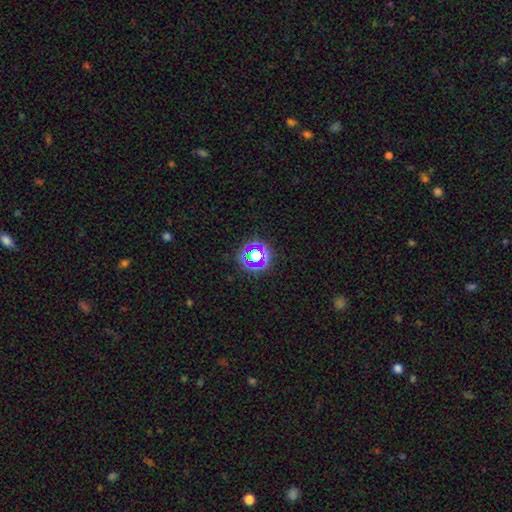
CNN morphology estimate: Smooth or featured? Predicted: star or artifact (p=0.57).